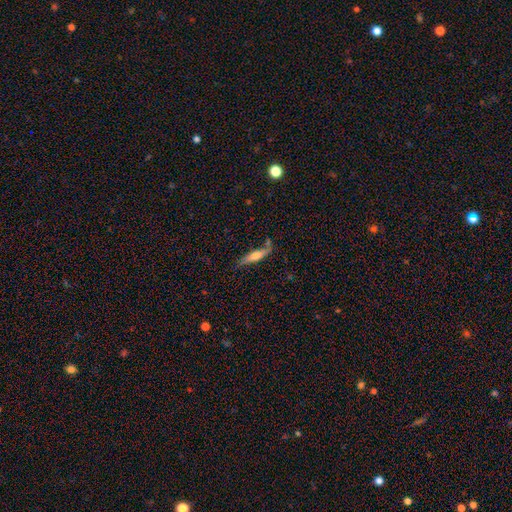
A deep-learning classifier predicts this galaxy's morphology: The model was most divided on "smooth or featured": featured or disk: 49%, smooth: 45%, star or artifact: 6%. More confident: merging — none (69%).